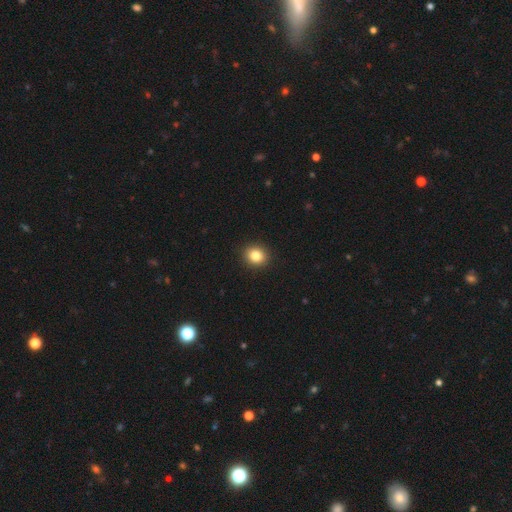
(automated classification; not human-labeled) The model was most divided on "how rounded": round: 78%, in between: 21%, cigar-shaped: 1%. More confident: merging — none (92%); smooth or featured — smooth (84%).